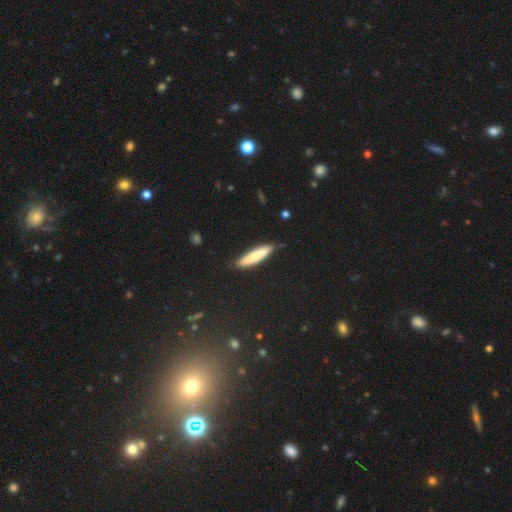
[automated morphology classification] smooth-or-featured: smooth: 69% | featured or disk: 24% | star or artifact: 7%
  how-rounded: cigar-shaped: 81% | in between: 18% | round: 1%
  merging: none: 78% | minor disturbance: 16% | major disturbance: 3% | merger: 2%